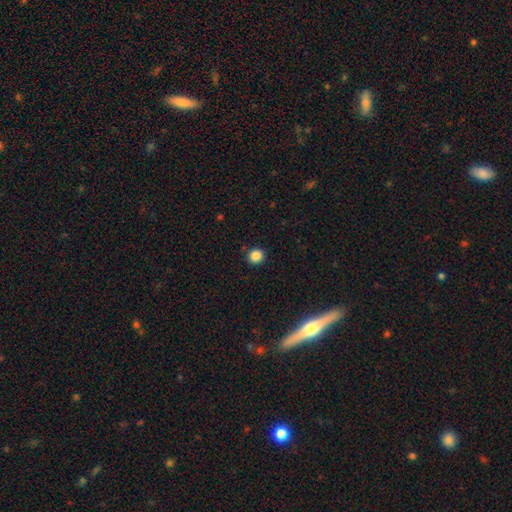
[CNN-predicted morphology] smooth 85%, star or artifact 11%, featured or disk 3%. Down the decision tree: how rounded — round (90%); merging — none (90%).